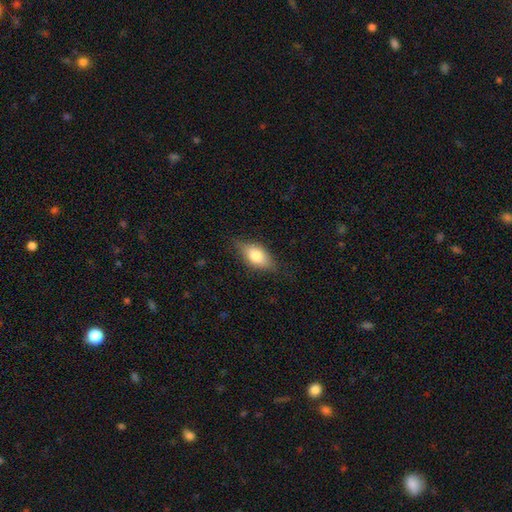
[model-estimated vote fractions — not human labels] Smooth or featured? Predicted: smooth (p=0.71). How rounded? Predicted: in between (p=0.85). Merging? Predicted: none (p=0.75).